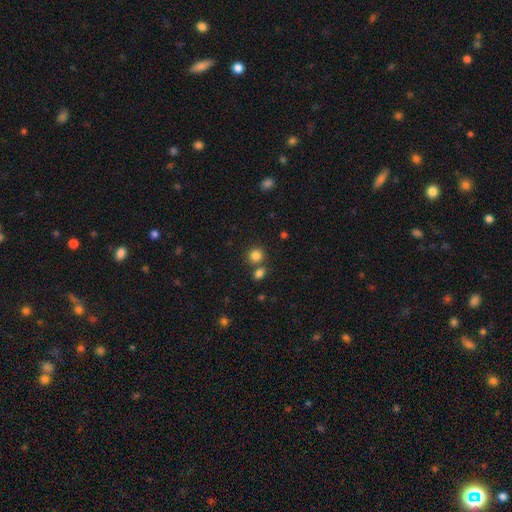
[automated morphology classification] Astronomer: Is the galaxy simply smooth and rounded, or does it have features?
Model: smooth — 83%.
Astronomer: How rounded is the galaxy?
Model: round — 85%.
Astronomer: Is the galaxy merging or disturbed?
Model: none — 67%.